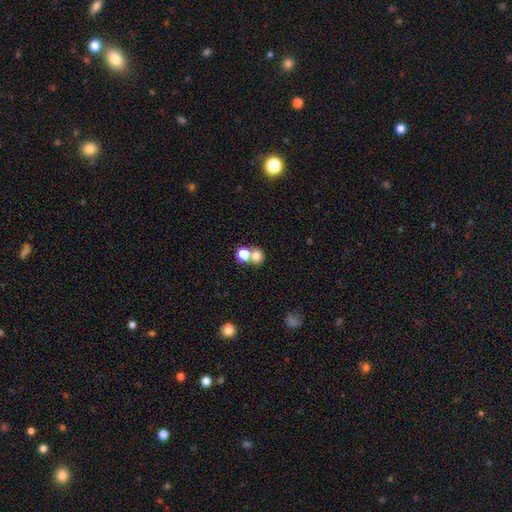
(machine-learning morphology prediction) The model was most divided on "merging": none: 50%, merger: 40%, minor disturbance: 7%, major disturbance: 3%. More confident: how rounded — round (80%); smooth or featured — smooth (75%).